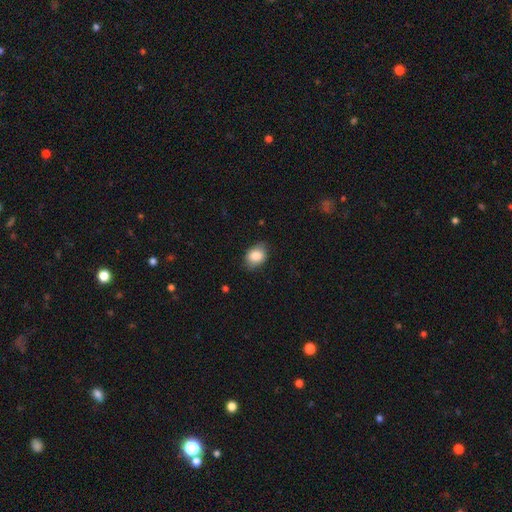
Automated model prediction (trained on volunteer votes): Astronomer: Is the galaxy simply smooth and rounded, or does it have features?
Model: smooth — 85%.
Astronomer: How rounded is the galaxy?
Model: in between — 69%.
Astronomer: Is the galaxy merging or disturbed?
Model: none — 78%.